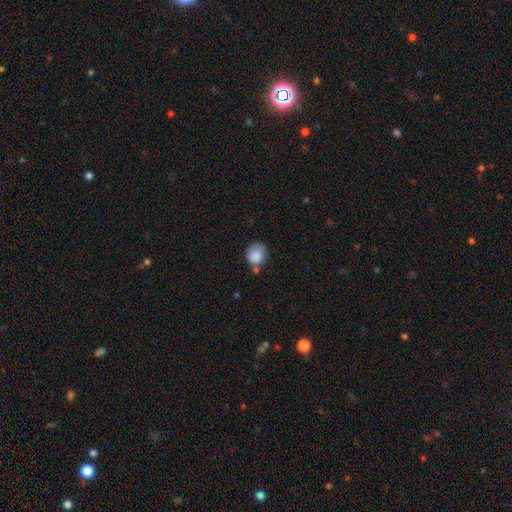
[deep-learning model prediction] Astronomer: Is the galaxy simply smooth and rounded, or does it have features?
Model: smooth — 85%.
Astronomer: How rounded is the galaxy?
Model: round — 72%.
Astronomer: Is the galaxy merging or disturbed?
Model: none — 52%.